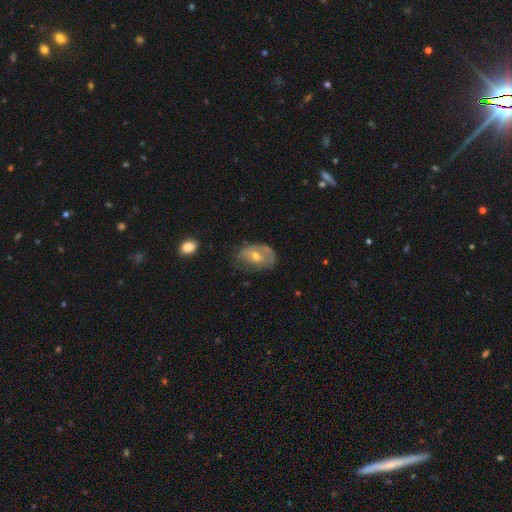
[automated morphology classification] A featured or disk galaxy (54%) with no bar (57%), spiral arms (54%) and a moderate central bulge (55%). Merging: none (54%).